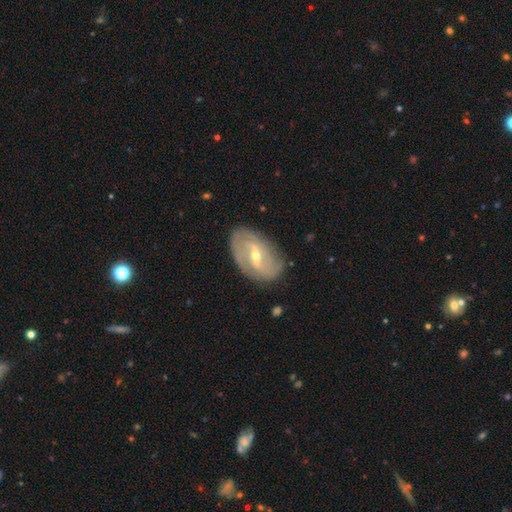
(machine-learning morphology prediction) This is likely a featured or disk galaxy (80%). It is clearly not viewed edge-on (94%). Bar: possibly weak (49%). Spiral arm pattern: clearly yes (86%). Spiral arm count: likely 2 (60%). Spiral winding: marginally medium (38%). Central bulge: possibly small (51%). Merging: likely none (79%).